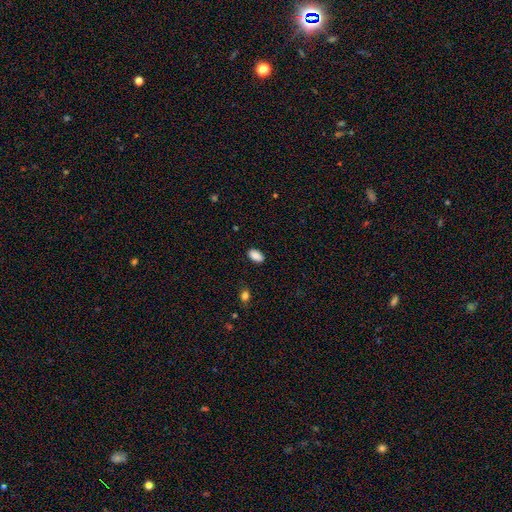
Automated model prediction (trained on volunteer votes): This appears to be a smooth galaxy with no disk features (89%) that is in between round and cigar-shaped (93%). Merging: none (87%).